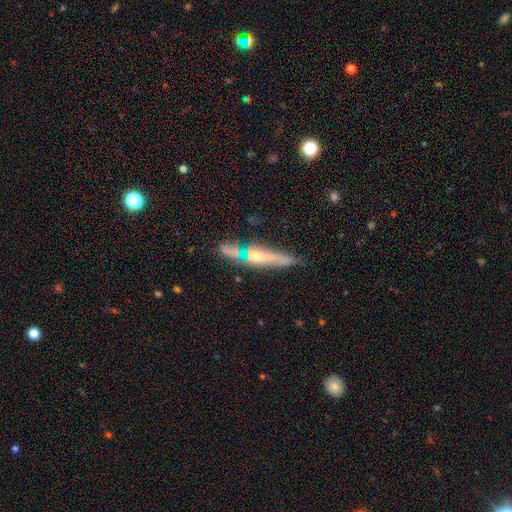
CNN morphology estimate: featured or disk 63%, smooth 28%, star or artifact 9%. Down the decision tree: edge-on disk — yes (80%); edge-on bulge — rounded (74%); merging — none (52%).